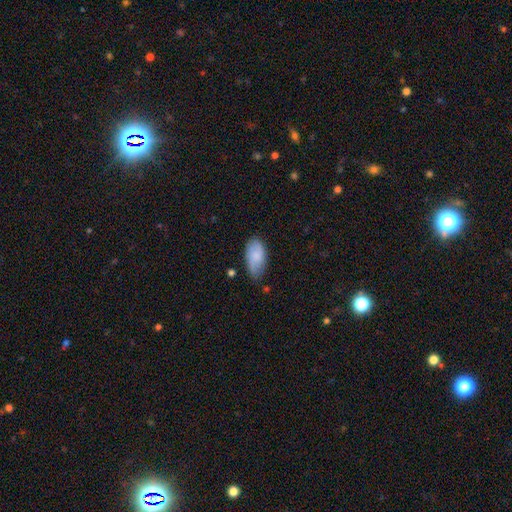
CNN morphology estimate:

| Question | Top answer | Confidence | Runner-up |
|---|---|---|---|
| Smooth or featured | smooth | 81% | featured or disk (13%) |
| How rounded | in between | 94% | cigar-shaped (3%) |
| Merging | none | 63% | minor disturbance (30%) |